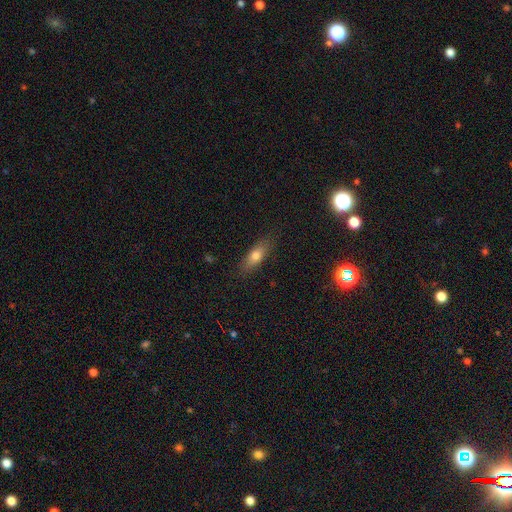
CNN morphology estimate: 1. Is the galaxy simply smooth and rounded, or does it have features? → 72% smooth, 20% featured or disk, 8% star or artifact.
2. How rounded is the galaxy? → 62% in between, 34% cigar-shaped, 4% round.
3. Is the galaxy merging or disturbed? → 82% none, 13% minor disturbance, 3% major disturbance, 1% merger.